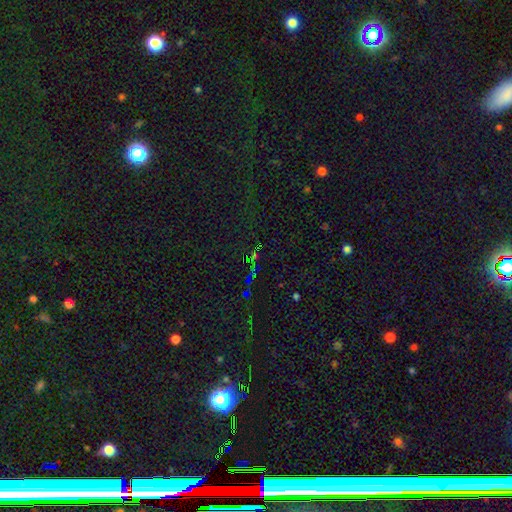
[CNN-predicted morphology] Smooth or featured?
  - star or artifact: 76% *
  - smooth: 14%
  - featured or disk: 10%